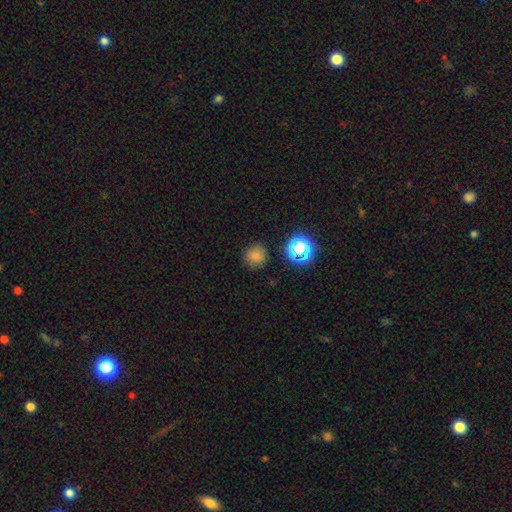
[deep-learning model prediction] smooth_or_featured: smooth (p=0.73) [alt: star or artifact p=0.19]
how_rounded: round (p=0.90) [alt: in between p=0.09]
merging: none (p=0.85) [alt: minor disturbance p=0.10]